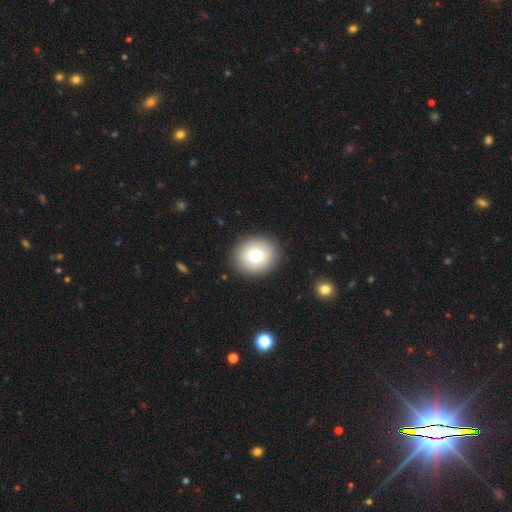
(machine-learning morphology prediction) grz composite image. It shows a smooth galaxy with no disk features (74%) that is round (80%). Merging: none (91%).